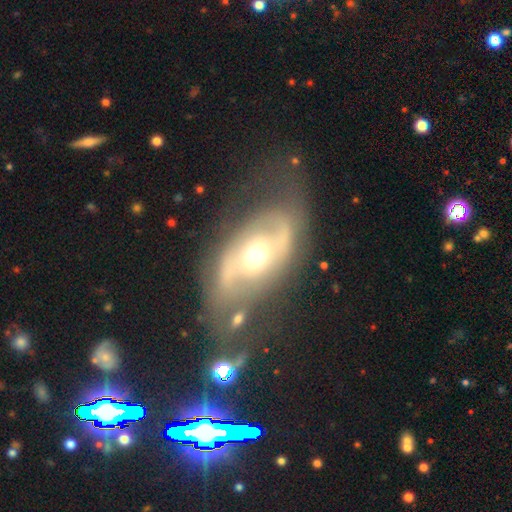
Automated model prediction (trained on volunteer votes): Smooth or featured: featured or disk — 78% (smooth — 15%)
Edge-on disk: no — 94% (yes — 6%)
Bar: no — 49% (weak — 32%)
Spiral arms: yes — 76% (no — 24%)
Spiral winding: medium — 42% (loose — 36%)
Spiral arm count: 2 — 85% (can't tell — 9%)
Bulge size: moderate — 71% (large — 14%)
Merging: none — 61% (minor disturbance — 19%)